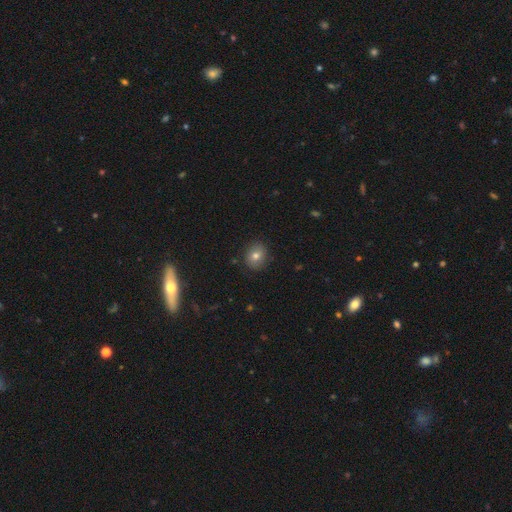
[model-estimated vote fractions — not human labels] Morphology: type=smooth (74%); roundness=round (74%); merging=none (86%).